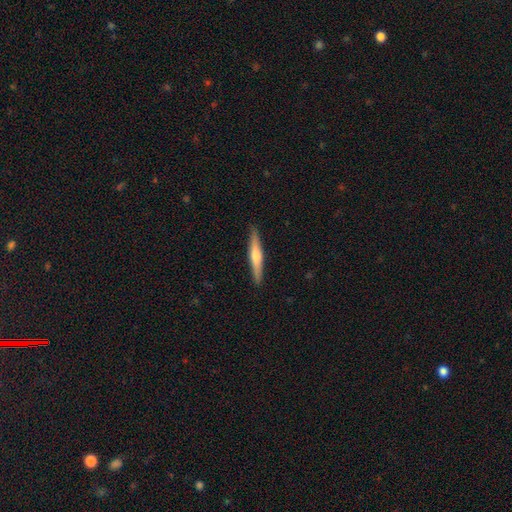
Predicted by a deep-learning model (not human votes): Morphology: type=featured or disk (56%); edge-on=yes (97%); edge-on bulge=rounded (82%); merging=none (91%).